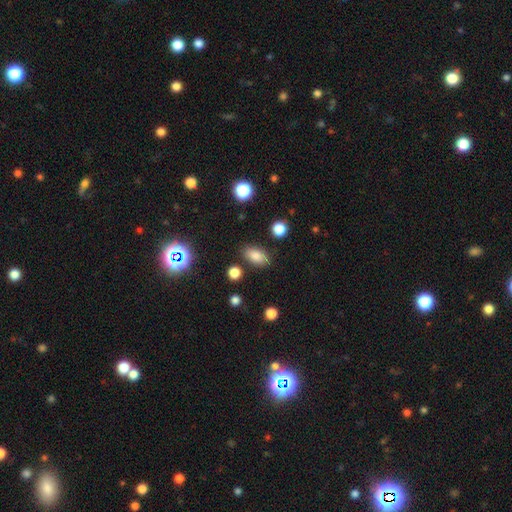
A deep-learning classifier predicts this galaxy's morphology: A smooth galaxy with no disk features (81%) that is in between round and cigar-shaped (87%).

Vote fractions:
- Smooth or featured? smooth: 81% / star or artifact: 11% / featured or disk: 8%
- How rounded? in between: 87% / round: 9% / cigar-shaped: 4%
- Merging? none: 83% / minor disturbance: 10% / merger: 3% / major disturbance: 3%